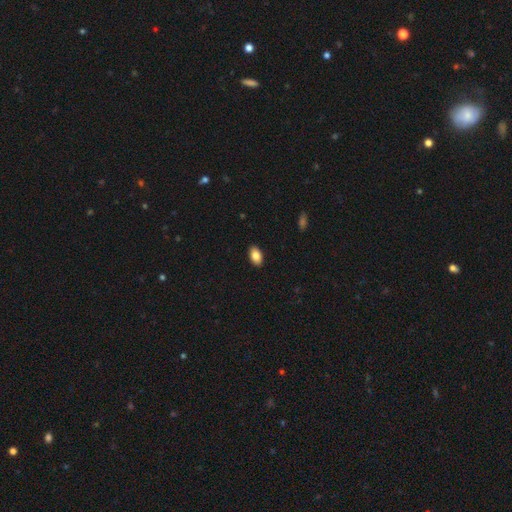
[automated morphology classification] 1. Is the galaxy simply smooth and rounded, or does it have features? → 85% smooth, 7% star or artifact, 7% featured or disk.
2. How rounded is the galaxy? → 92% in between, 6% round, 2% cigar-shaped.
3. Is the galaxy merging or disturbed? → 91% none, 7% minor disturbance, 2% major disturbance, 1% merger.